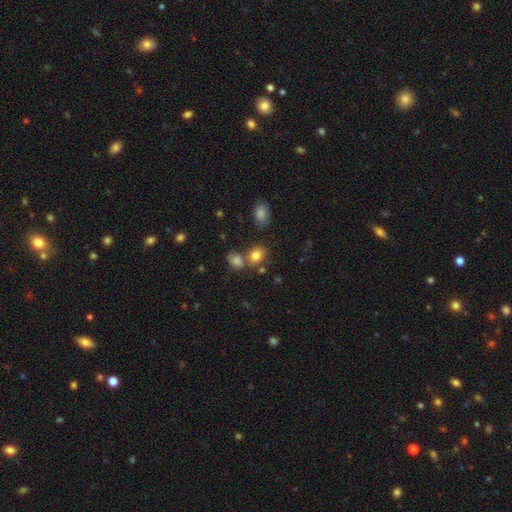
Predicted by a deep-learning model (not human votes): Overall: smooth (80%). How rounded: in between (65%; round 34%). Merging: none (59%; merger 25%).